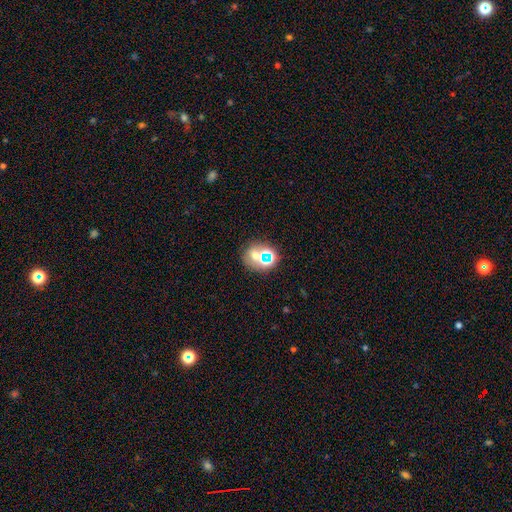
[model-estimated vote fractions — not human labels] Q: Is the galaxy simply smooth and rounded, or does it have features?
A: smooth — 50%.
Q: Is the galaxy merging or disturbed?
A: none — 61%.